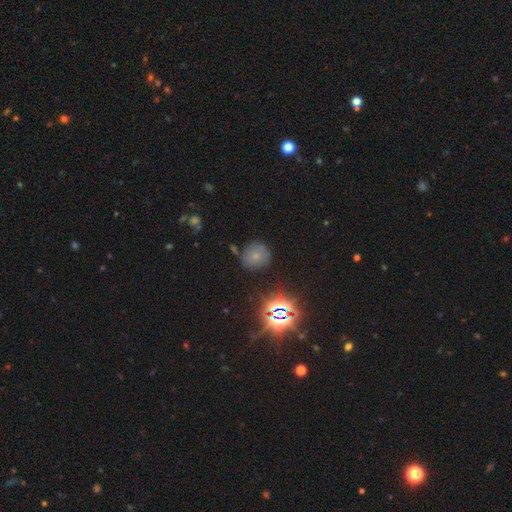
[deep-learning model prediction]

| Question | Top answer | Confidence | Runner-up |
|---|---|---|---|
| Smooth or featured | smooth | 54% | star or artifact (30%) |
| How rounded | round | 85% | in between (14%) |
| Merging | none | 76% | minor disturbance (15%) |